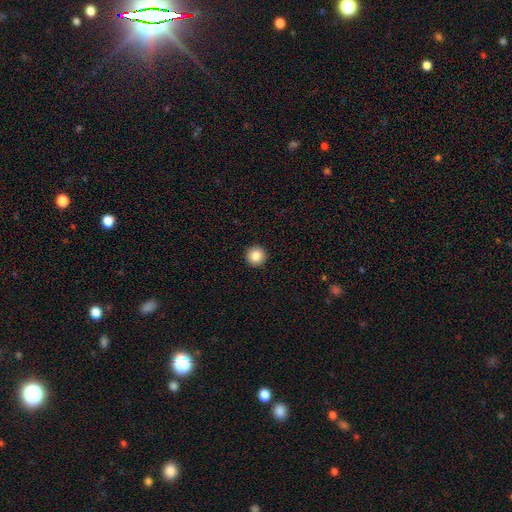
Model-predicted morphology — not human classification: Smooth or featured?
  - smooth: 86% *
  - star or artifact: 9%
  - featured or disk: 5%
How rounded?
  - round: 96% *
  - in between: 3%
  - cigar-shaped: 1%
Merging?
  - none: 94% *
  - minor disturbance: 4%
  - major disturbance: 1%
  - merger: 1%